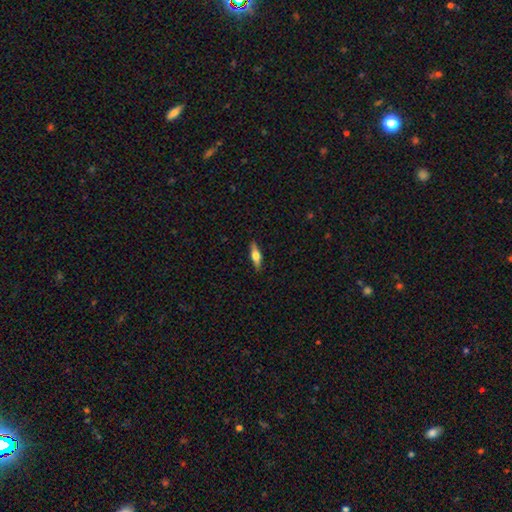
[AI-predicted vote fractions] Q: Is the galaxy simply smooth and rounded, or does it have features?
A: smooth — 51%.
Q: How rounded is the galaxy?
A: cigar-shaped — 55%.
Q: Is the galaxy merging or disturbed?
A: none — 88%.